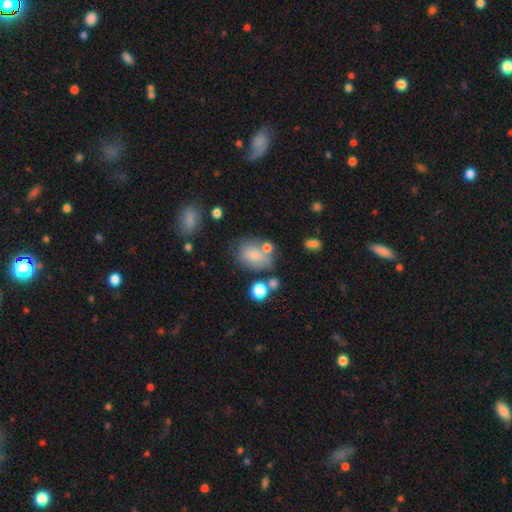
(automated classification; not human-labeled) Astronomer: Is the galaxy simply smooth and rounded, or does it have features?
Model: smooth — 73%.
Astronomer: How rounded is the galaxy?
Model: in between — 67%.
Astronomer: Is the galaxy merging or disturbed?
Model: none — 52%.